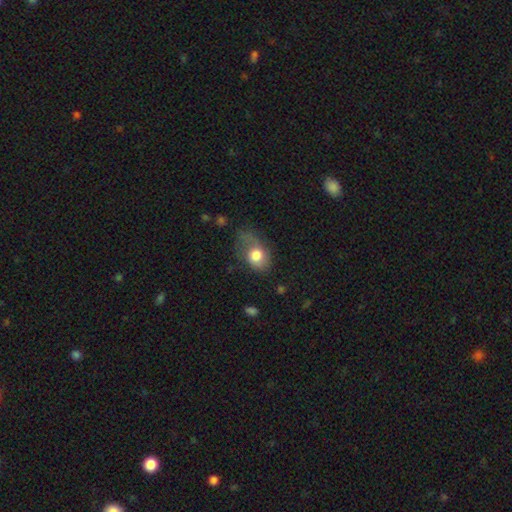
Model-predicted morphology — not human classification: This is likely a smooth galaxy (75%). How rounded: likely in between (66%). Merging: marginally major disturbance (33%, tied with minor disturbance).